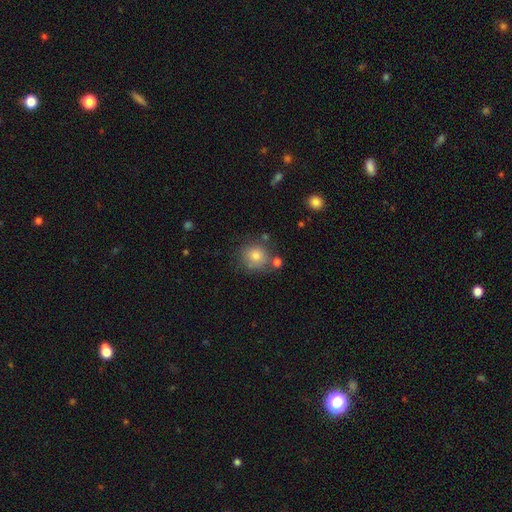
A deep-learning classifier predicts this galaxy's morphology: This is likely a smooth galaxy (79%). How rounded: clearly round (88%). Merging: likely none (71%).